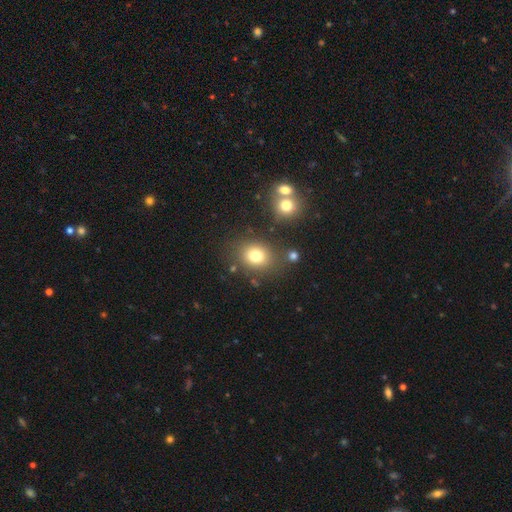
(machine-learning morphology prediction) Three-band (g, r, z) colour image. It shows a smooth galaxy with no disk features (77%) that is round (61%). Merging: none (77%).